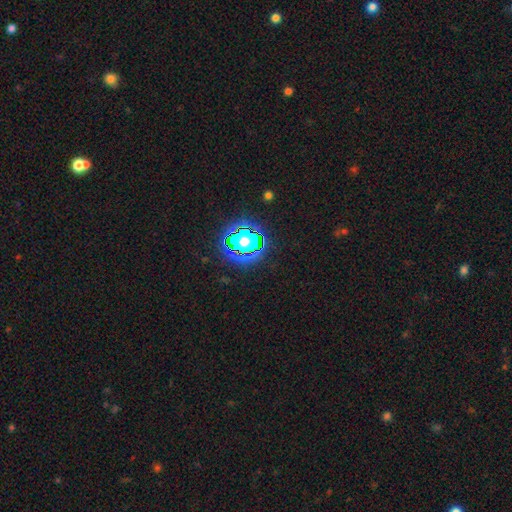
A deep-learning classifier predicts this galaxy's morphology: Smooth or featured?
  - star or artifact: 82% *
  - smooth: 12%
  - featured or disk: 6%